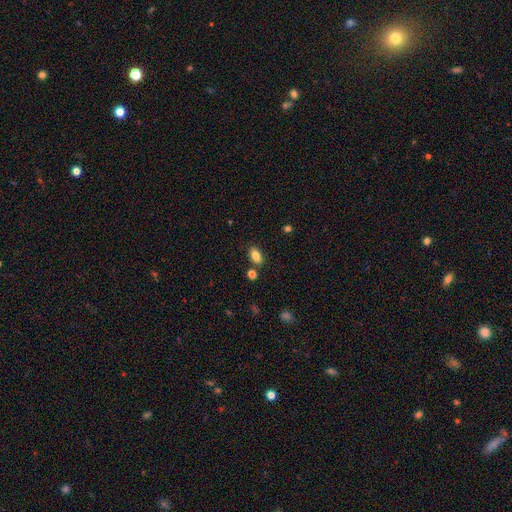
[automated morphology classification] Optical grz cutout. It shows a smooth galaxy with no disk features (83%) that is in between round and cigar-shaped (89%). Merging: none (82%).